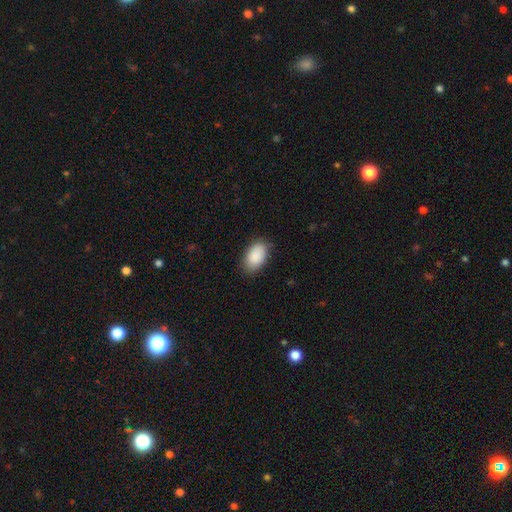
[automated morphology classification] Smooth or featured? smooth (90%)
How rounded? in between (93%)
Merging? none (83%)